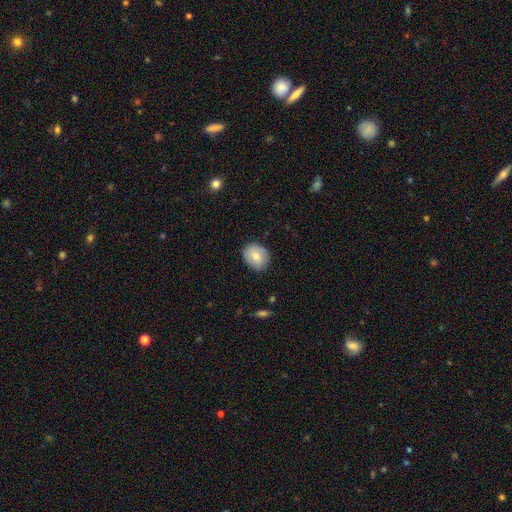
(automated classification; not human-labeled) smooth_or_featured: smooth (p=0.71) [alt: featured or disk p=0.22]
how_rounded: round (p=0.58) [alt: in between p=0.41]
merging: none (p=0.82) [alt: minor disturbance p=0.14]